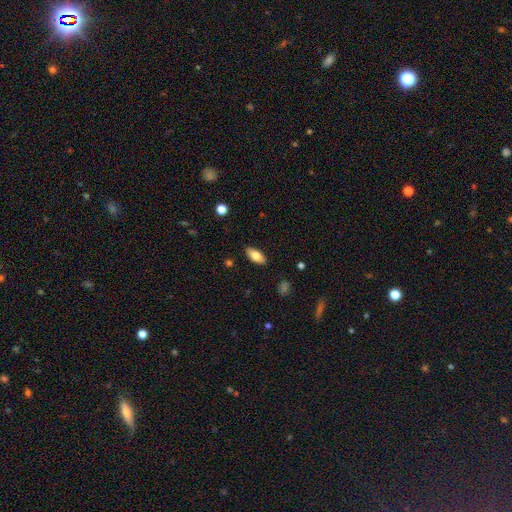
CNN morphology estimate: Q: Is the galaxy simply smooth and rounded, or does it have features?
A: smooth — 74%.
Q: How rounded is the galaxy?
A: in between — 87%.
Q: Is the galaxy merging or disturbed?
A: none — 88%.